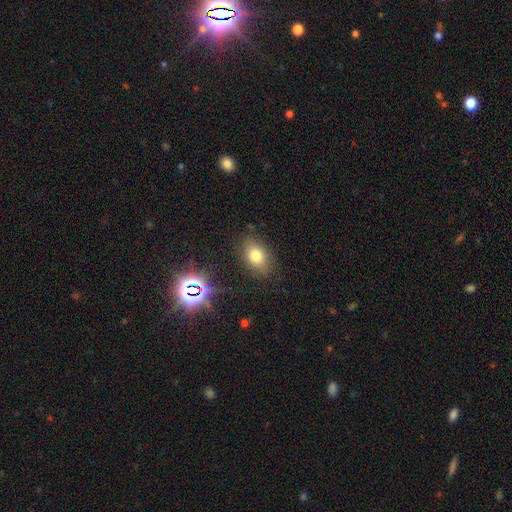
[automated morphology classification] Smooth or featured: smooth — 74% (star or artifact — 15%)
How rounded: in between — 78% (round — 20%)
Merging: none — 82% (minor disturbance — 12%)